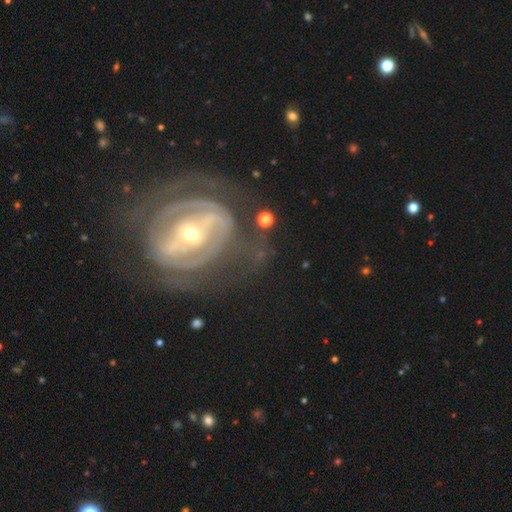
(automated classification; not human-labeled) Q: Smooth or featured?
A: featured or disk (84%); runner-up: smooth (9%)
Q: Edge-on disk?
A: no (94%); runner-up: yes (6%)
Q: Bar?
A: strong (57%); runner-up: weak (27%)
Q: Spiral arms?
A: yes (75%); runner-up: no (25%)
Q: Spiral winding?
A: tight (61%); runner-up: medium (28%)
Q: Spiral arm count?
A: 2 (38%); runner-up: can't tell (36%)
Q: Bulge size?
A: small (60%); runner-up: moderate (35%)
Q: Merging?
A: none (64%); runner-up: major disturbance (17%)